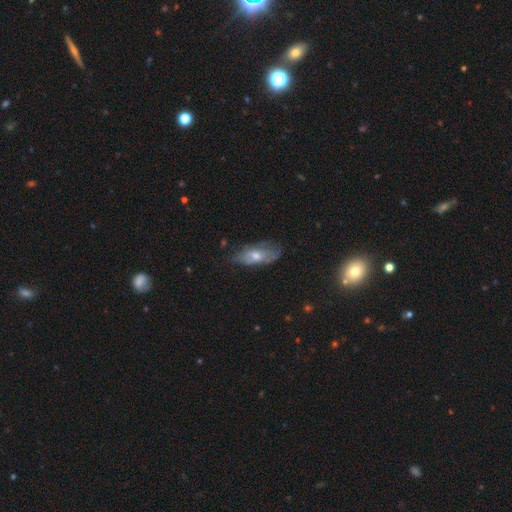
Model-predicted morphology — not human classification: This appears to be a featured or disk galaxy (53%). Merging: none (56%).